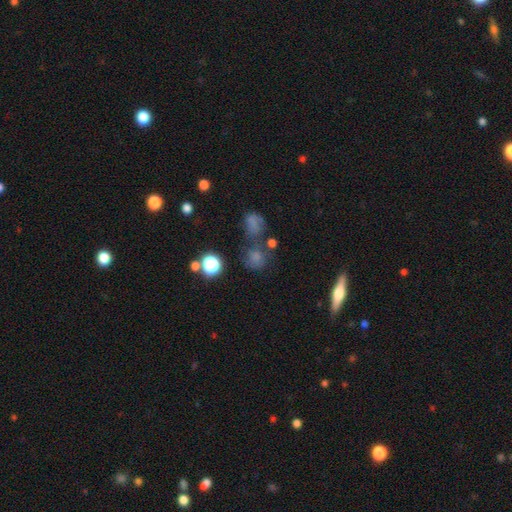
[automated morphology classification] Smooth or featured? smooth (54%)
How rounded? round (79%)
Merging? none (62%)